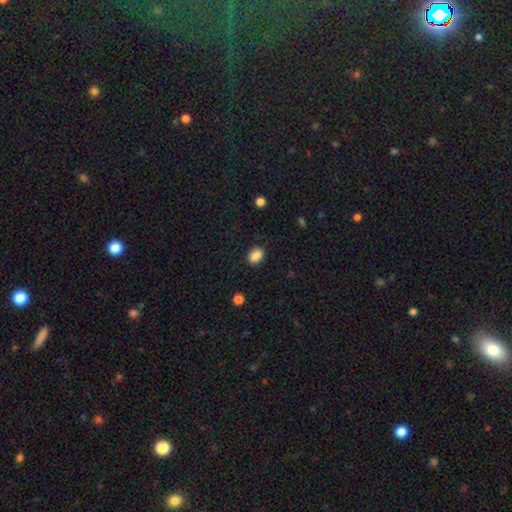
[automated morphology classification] A smooth galaxy with no disk features (87%) that is in between round and cigar-shaped (74%).

Vote fractions:
- Smooth or featured? smooth: 87% / star or artifact: 9% / featured or disk: 4%
- How rounded? in between: 74% / round: 25% / cigar-shaped: 1%
- Merging? none: 83% / minor disturbance: 13% / major disturbance: 3% / merger: 1%